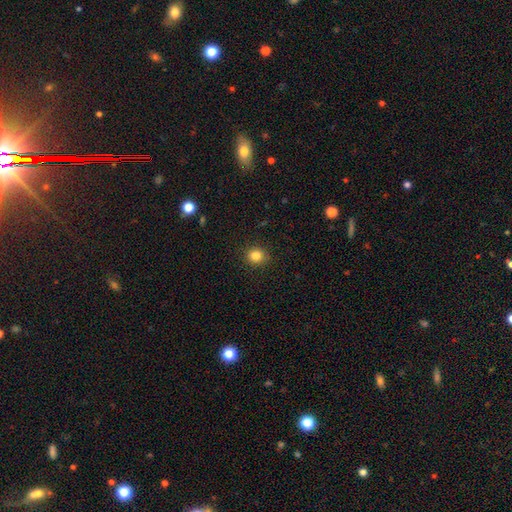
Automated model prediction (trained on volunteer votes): Smooth or featured?
  - smooth: 84% *
  - star or artifact: 11%
  - featured or disk: 5%
How rounded?
  - round: 80% *
  - in between: 19%
  - cigar-shaped: 1%
Merging?
  - none: 90% *
  - minor disturbance: 7%
  - major disturbance: 2%
  - merger: 1%